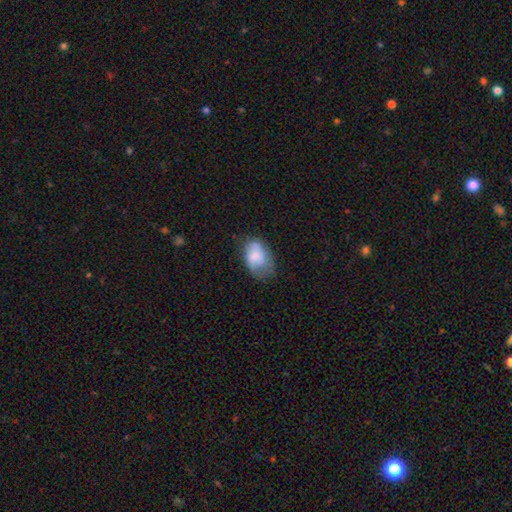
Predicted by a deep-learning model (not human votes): Smooth or featured: smooth — 71% (featured or disk — 22%)
How rounded: in between — 86% (round — 12%)
Merging: none — 46% (minor disturbance — 34%)